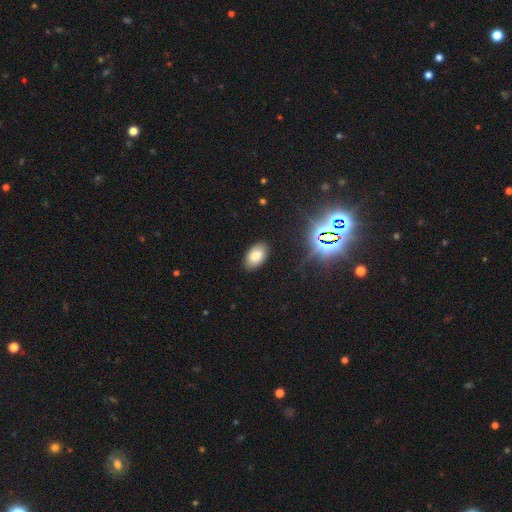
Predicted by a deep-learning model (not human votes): Q: Smooth or featured?
A: smooth (81%); runner-up: star or artifact (12%)
Q: How rounded?
A: in between (93%); runner-up: round (5%)
Q: Merging?
A: none (87%); runner-up: minor disturbance (9%)